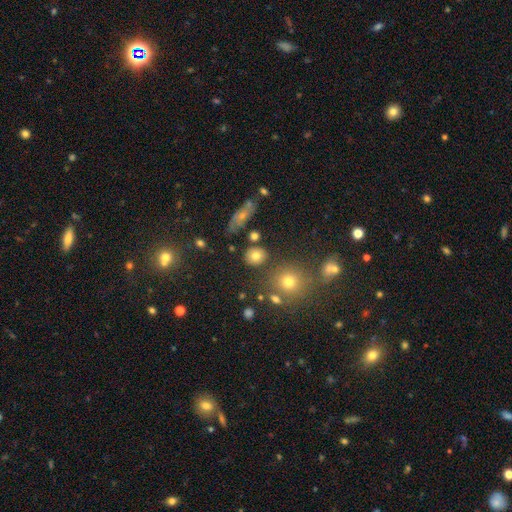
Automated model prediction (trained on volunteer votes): A smooth galaxy with no disk features (77%) that is round (79%). Merging: none (81%).